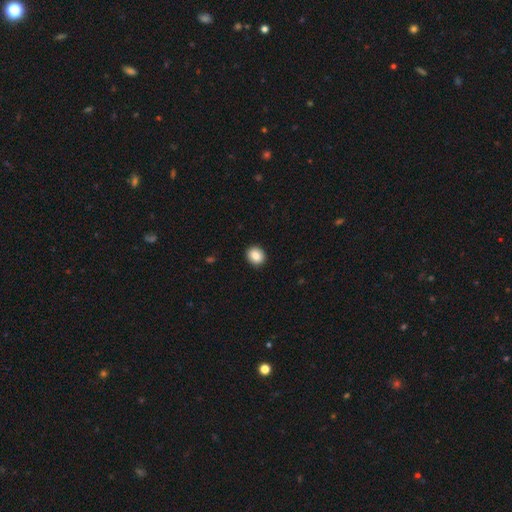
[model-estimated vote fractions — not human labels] smooth-or-featured: smooth: 86% | star or artifact: 8% | featured or disk: 6%
  how-rounded: round: 70% | in between: 29% | cigar-shaped: 1%
  merging: none: 92% | minor disturbance: 5% | major disturbance: 2% | merger: 1%